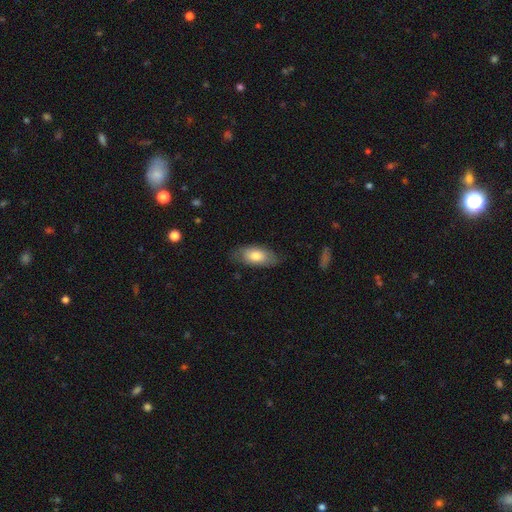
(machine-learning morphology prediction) The model was most divided on "smooth or featured": smooth: 74%, featured or disk: 20%, star or artifact: 6%. More confident: how rounded — in between (88%); merging — none (76%).